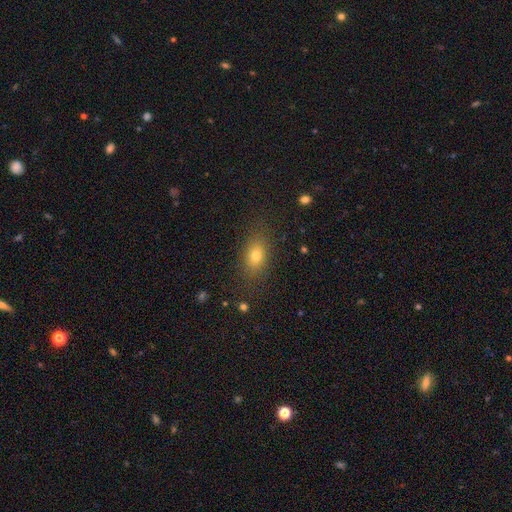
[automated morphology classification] Smooth or featured? Predicted: smooth (p=0.74). How rounded? Predicted: in between (p=0.78). Merging? Predicted: none (p=0.82).